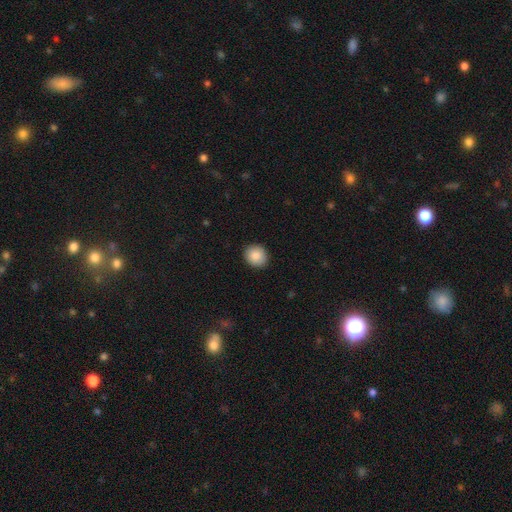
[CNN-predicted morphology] Q: Smooth or featured?
A: smooth (87%); runner-up: star or artifact (8%)
Q: How rounded?
A: round (77%); runner-up: in between (22%)
Q: Merging?
A: none (91%); runner-up: minor disturbance (7%)